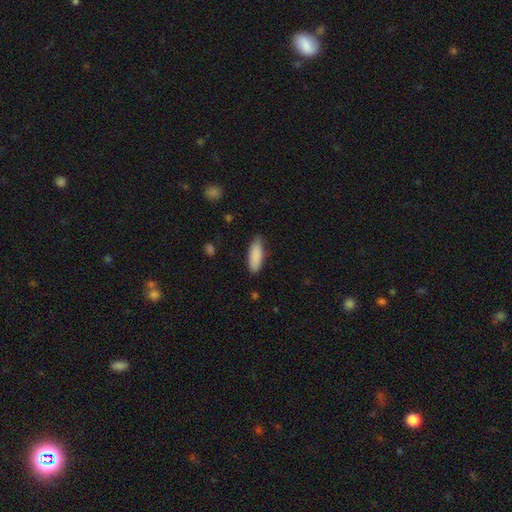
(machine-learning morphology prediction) This appears to be a smooth galaxy with no disk features (89%) that is in between round and cigar-shaped (68%). Merging: none (81%).